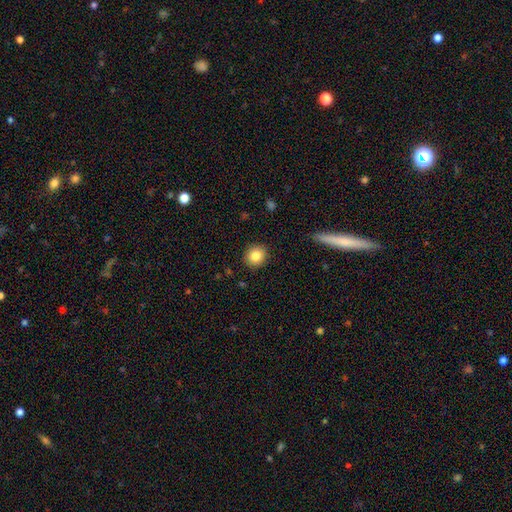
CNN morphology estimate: Smooth or featured? smooth (83%)
How rounded? round (84%)
Merging? none (90%)